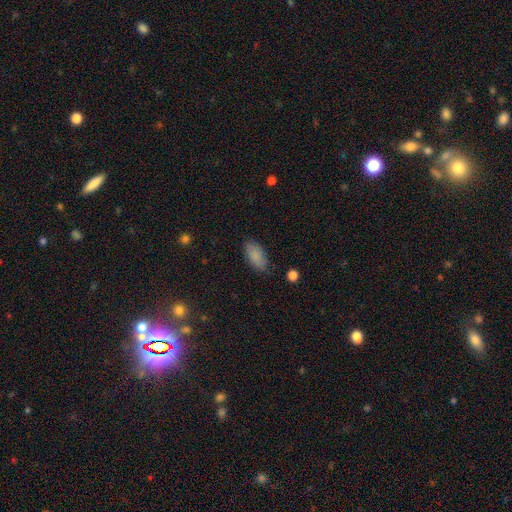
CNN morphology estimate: smooth 87%, star or artifact 7%, featured or disk 7%. Down the decision tree: how rounded — in between (91%); merging — none (82%).